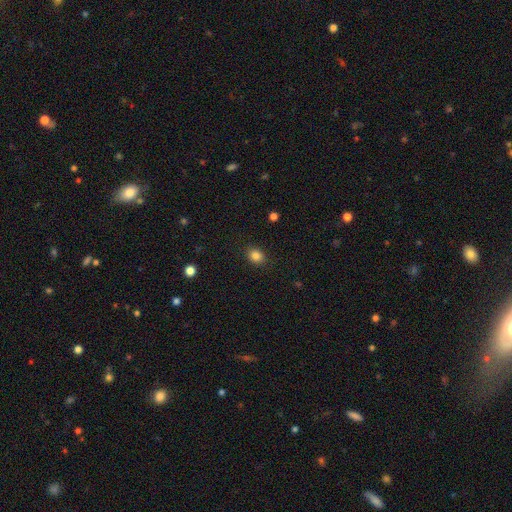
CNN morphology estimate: smooth-or-featured: smooth: 85% | star or artifact: 11% | featured or disk: 4%
  how-rounded: round: 50% | in between: 49% | cigar-shaped: 1%
  merging: none: 88% | minor disturbance: 9% | major disturbance: 2% | merger: 1%